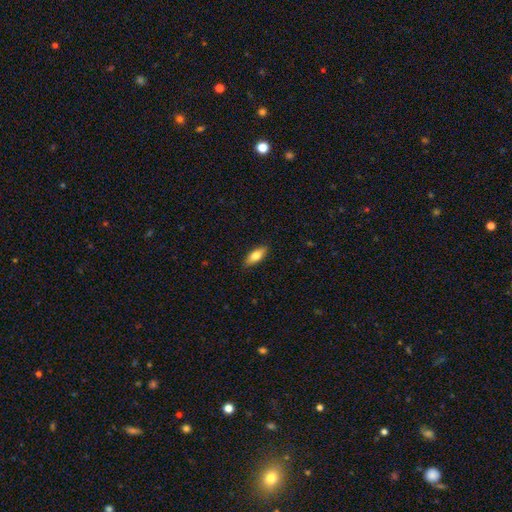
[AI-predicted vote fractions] Overall: smooth (75%). How rounded: in between (72%). Merging: none (87%).